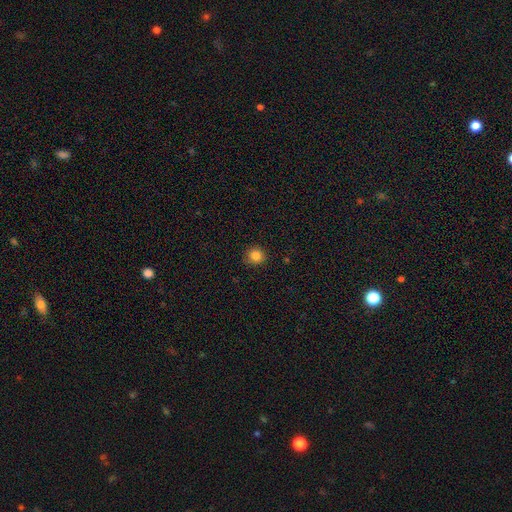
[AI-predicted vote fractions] Q: Smooth or featured?
A: smooth (83%); runner-up: star or artifact (12%)
Q: How rounded?
A: round (92%); runner-up: in between (7%)
Q: Merging?
A: none (89%); runner-up: minor disturbance (8%)